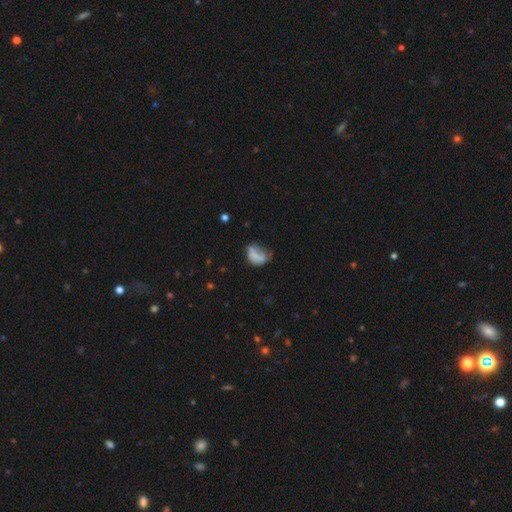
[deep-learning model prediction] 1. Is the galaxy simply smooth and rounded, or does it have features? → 61% smooth, 27% featured or disk, 11% star or artifact.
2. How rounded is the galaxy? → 71% in between, 27% round, 2% cigar-shaped.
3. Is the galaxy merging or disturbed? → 33% minor disturbance, 30% major disturbance, 30% none, 8% merger.